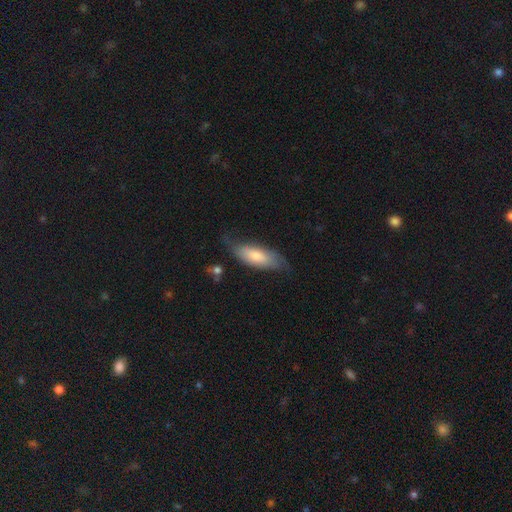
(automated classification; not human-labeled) A smooth galaxy with no disk features (63%) that is in between round and cigar-shaped (60%). Merging: none (61%).